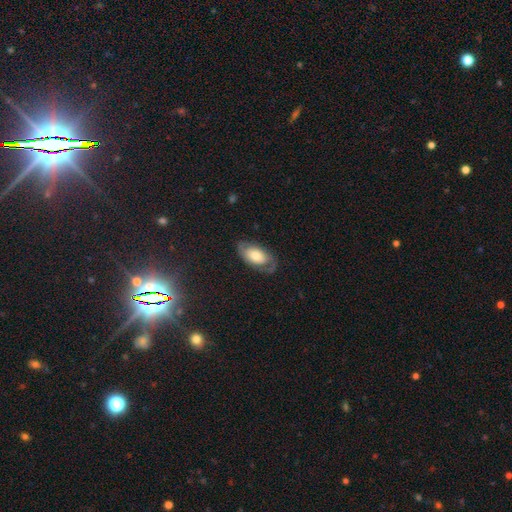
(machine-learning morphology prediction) featured or disk 50%, smooth 43%, star or artifact 7%. Down the decision tree: edge-on disk — no (90%); merging — none (68%).